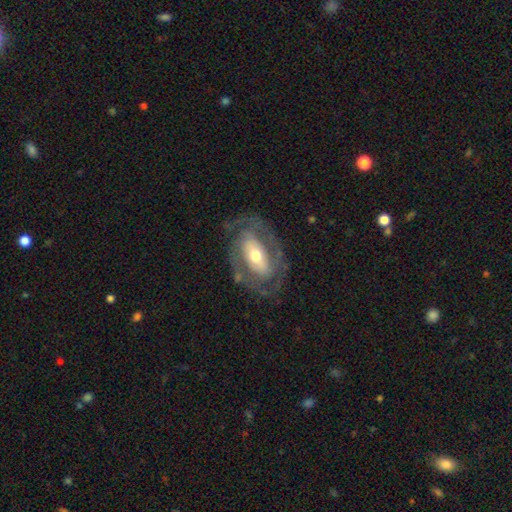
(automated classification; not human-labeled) A featured or disk galaxy (75%) with no bar (37%), spiral arms (68%) and a moderate central bulge (65%). Merging: none (73%).